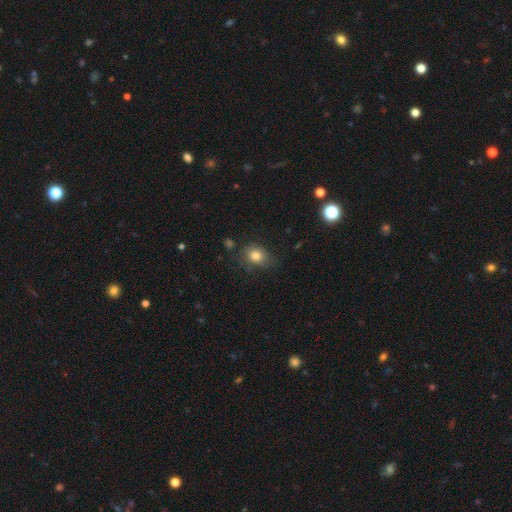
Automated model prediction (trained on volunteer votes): A smooth galaxy with no disk features (80%) that is round (51%).

Vote fractions:
- Smooth or featured? smooth: 80% / star or artifact: 10% / featured or disk: 10%
- How rounded? round: 51% / in between: 48% / cigar-shaped: 1%
- Merging? none: 65% / minor disturbance: 24% / major disturbance: 9% / merger: 3%